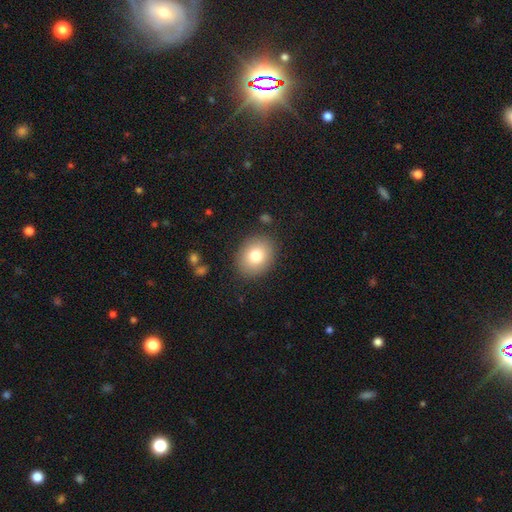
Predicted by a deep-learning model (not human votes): Q: Smooth or featured?
A: smooth (79%); runner-up: featured or disk (12%)
Q: How rounded?
A: in between (50%); runner-up: round (49%)
Q: Merging?
A: none (87%); runner-up: minor disturbance (9%)